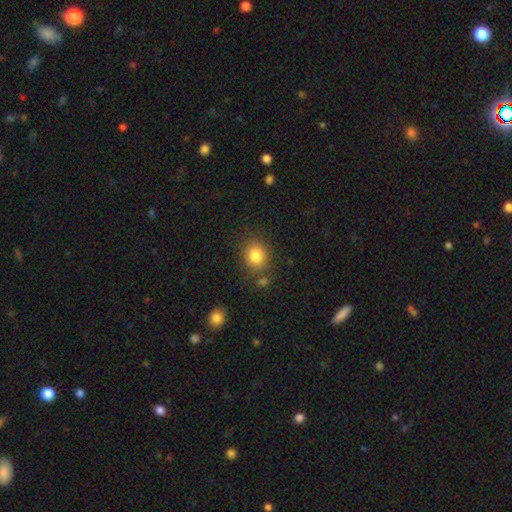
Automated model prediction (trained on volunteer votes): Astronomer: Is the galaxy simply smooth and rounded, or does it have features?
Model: smooth — 83%.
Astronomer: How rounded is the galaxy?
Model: round — 74%.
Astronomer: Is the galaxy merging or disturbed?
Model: none — 79%.